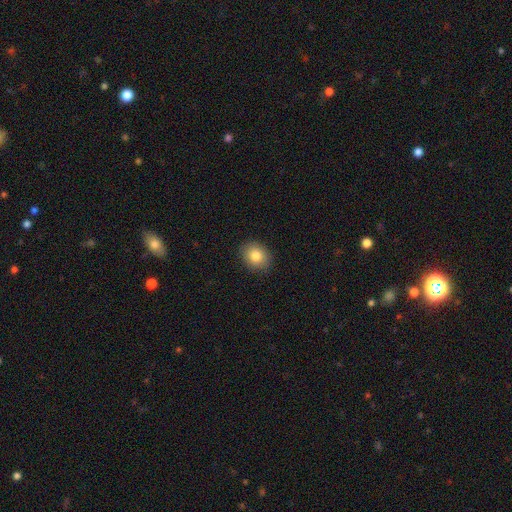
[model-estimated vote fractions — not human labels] This is clearly a smooth galaxy (82%). How rounded: possibly round (57%). Merging: clearly none (89%).